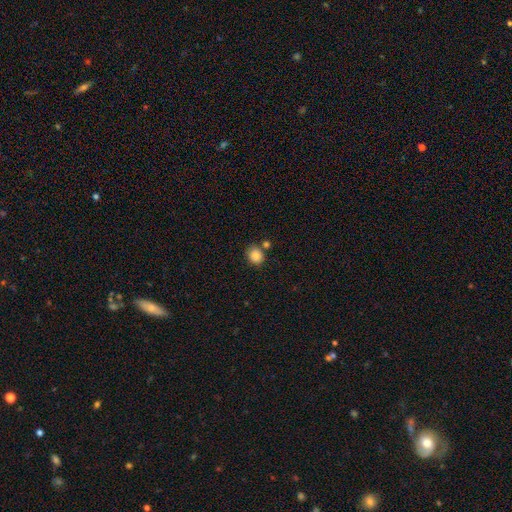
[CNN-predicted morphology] The model was most divided on "how rounded": round: 73%, in between: 26%, cigar-shaped: 1%. More confident: smooth or featured — smooth (86%); merging — none (74%).